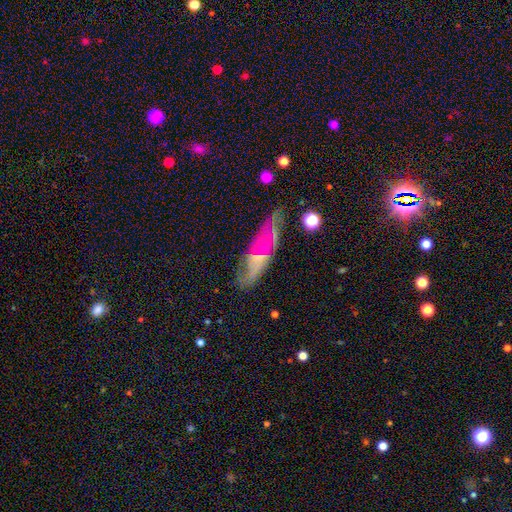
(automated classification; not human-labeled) Smooth or featured?
  - featured or disk: 54% *
  - smooth: 32%
  - star or artifact: 14%
Edge-on disk?
  - no: 73% *
  - yes: 27%
Merging?
  - none: 66% *
  - minor disturbance: 21%
  - major disturbance: 9%
  - merger: 4%